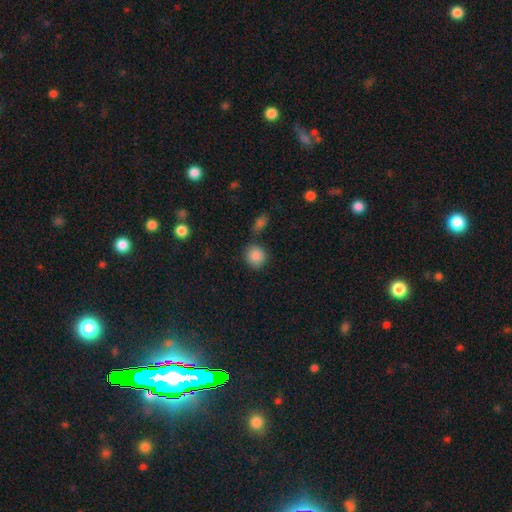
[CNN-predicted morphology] smooth 87%, star or artifact 9%, featured or disk 4%. Down the decision tree: how rounded — round (83%); merging — none (76%).